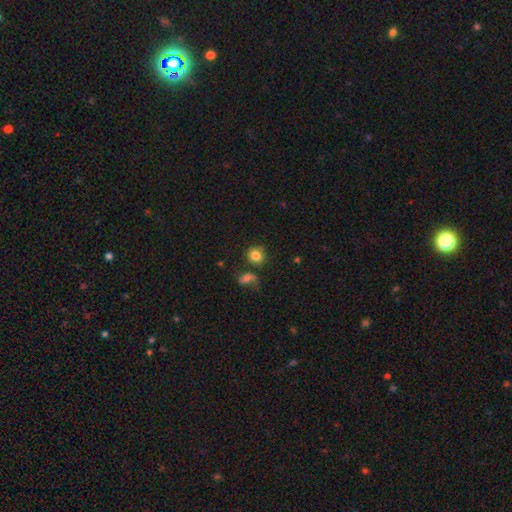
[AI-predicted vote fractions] This is clearly a smooth galaxy (81%). How rounded: likely round (78%). Merging: likely none (66%).